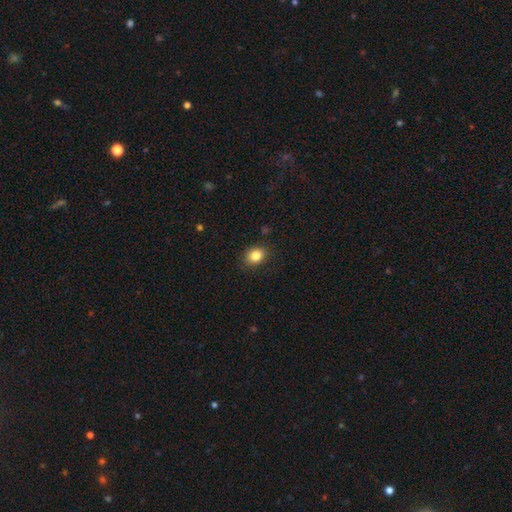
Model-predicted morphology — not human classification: Smooth or featured? smooth (84%)
How rounded? in between (53%)
Merging? none (86%)